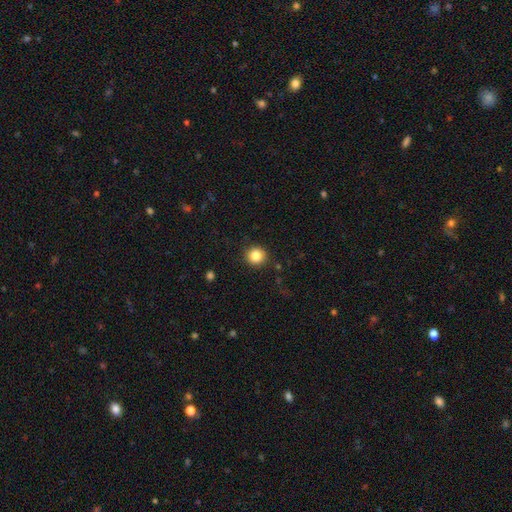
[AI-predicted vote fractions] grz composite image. It shows a smooth galaxy with no disk features (84%) that is round (92%). Merging: none (91%).